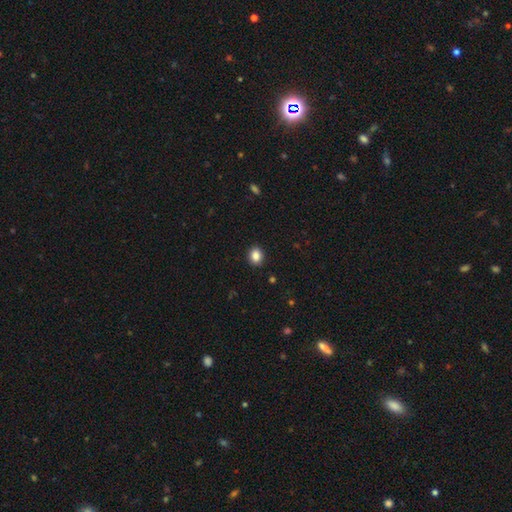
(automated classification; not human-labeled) Morphology: type=smooth (87%); roundness=round (56%); merging=none (91%).